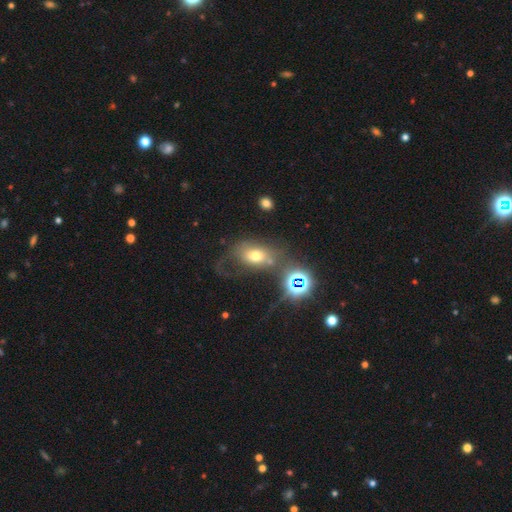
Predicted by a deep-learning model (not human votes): Overall: smooth (57%; featured or disk 25%). How rounded: in between (74%). Merging: major disturbance (34%; none 32%).